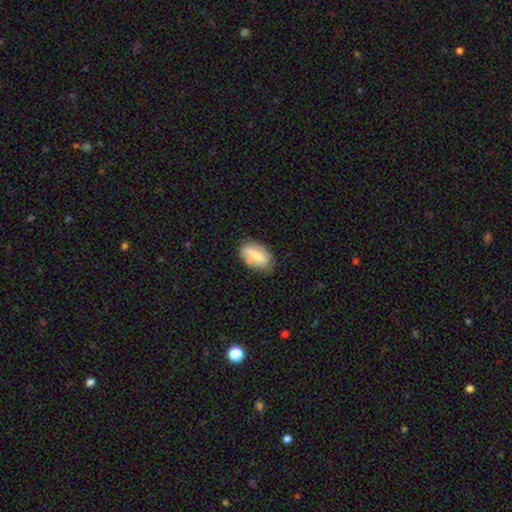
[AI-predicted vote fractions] smooth-or-featured: smooth: 63% | featured or disk: 29% | star or artifact: 7%
  how-rounded: in between: 89% | round: 6% | cigar-shaped: 5%
  merging: none: 68% | minor disturbance: 23% | major disturbance: 5% | merger: 4%